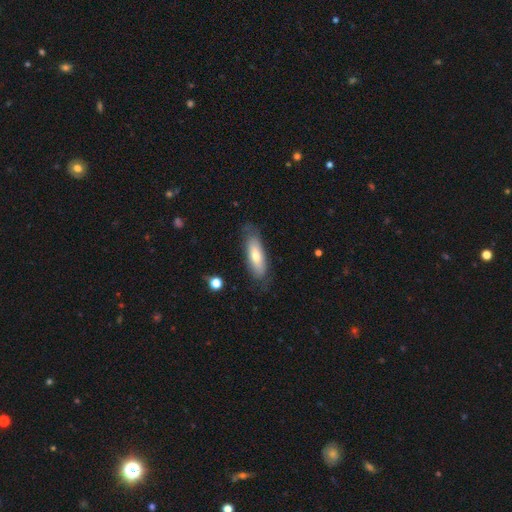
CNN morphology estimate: Smooth or featured? Predicted: smooth (p=0.66). How rounded? Predicted: in between (p=0.57). Merging? Predicted: none (p=0.75).